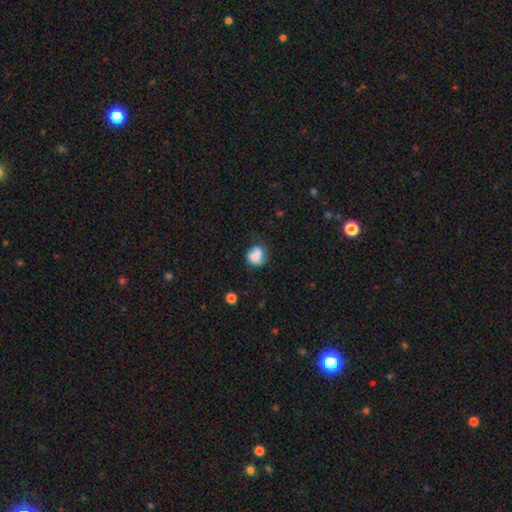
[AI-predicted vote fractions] Smooth or featured?
  - smooth: 75% *
  - featured or disk: 16%
  - star or artifact: 9%
How rounded?
  - round: 64% *
  - in between: 35%
  - cigar-shaped: 1%
Merging?
  - none: 52% *
  - minor disturbance: 30%
  - major disturbance: 13%
  - merger: 5%